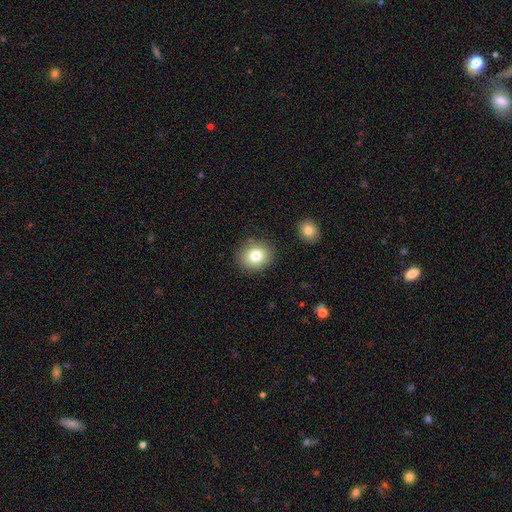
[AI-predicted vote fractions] This is likely a smooth galaxy (79%). How rounded: likely round (72%). Merging: clearly none (87%).